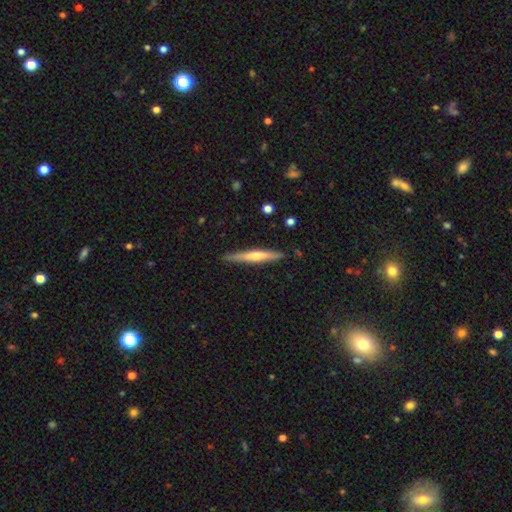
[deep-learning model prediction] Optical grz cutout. It shows a featured or disk galaxy (55%) viewed edge-on (96%) with a rounded central bulge (70%). Merging: none (89%).